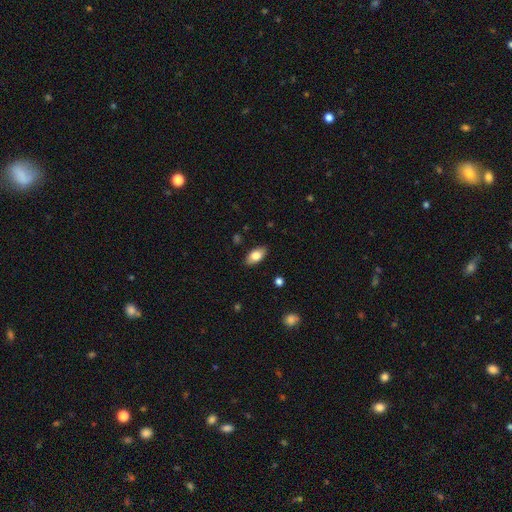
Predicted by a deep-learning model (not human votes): Smooth or featured? smooth (80%)
How rounded? in between (92%)
Merging? none (87%)